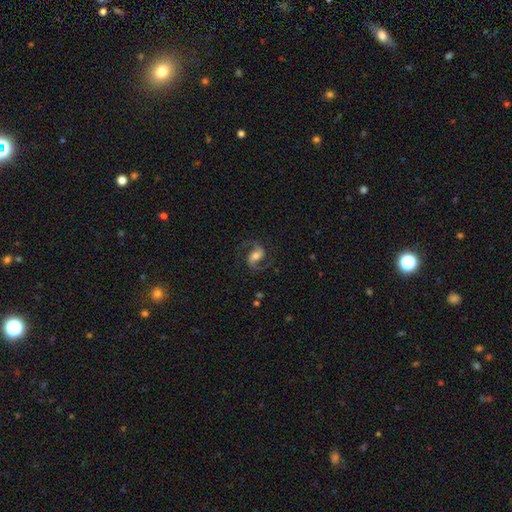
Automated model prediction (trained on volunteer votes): Morphology: type=featured or disk (84%); edge-on=no (98%); bar=weak (42%); spiral arms=yes (97%); winding=medium (57%); arm count=2 (93%); bulge=moderate (58%); merging=none (77%).